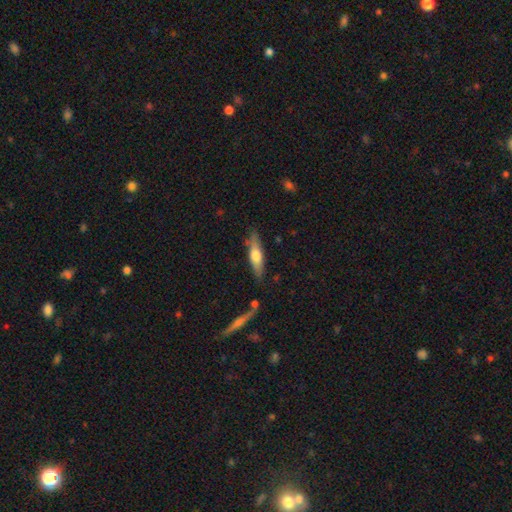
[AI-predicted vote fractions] A smooth galaxy with no disk features (52%) that is cigar-shaped (71%). Merging: none (79%).